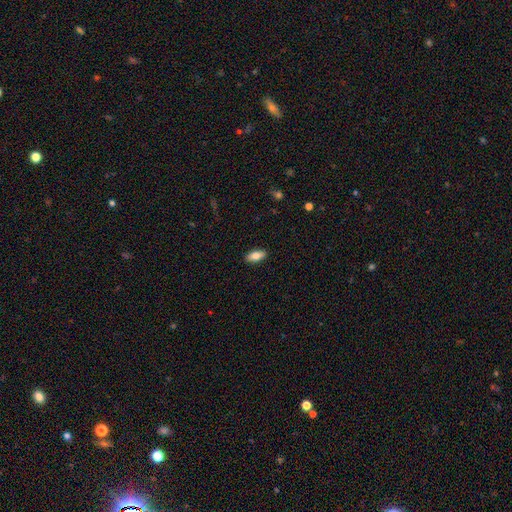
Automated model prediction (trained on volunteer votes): Q: Smooth or featured?
A: smooth (80%); runner-up: featured or disk (14%)
Q: How rounded?
A: in between (84%); runner-up: cigar-shaped (13%)
Q: Merging?
A: none (90%); runner-up: minor disturbance (8%)